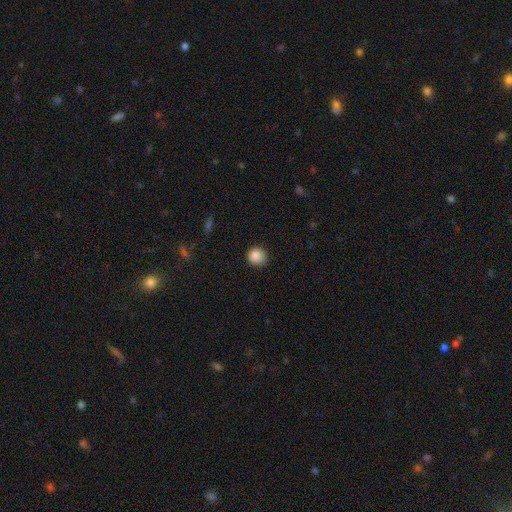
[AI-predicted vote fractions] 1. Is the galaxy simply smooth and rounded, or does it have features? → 87% smooth, 9% star or artifact, 3% featured or disk.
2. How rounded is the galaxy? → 91% round, 8% in between, 1% cigar-shaped.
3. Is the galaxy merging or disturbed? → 86% none, 11% minor disturbance, 2% major disturbance, 1% merger.